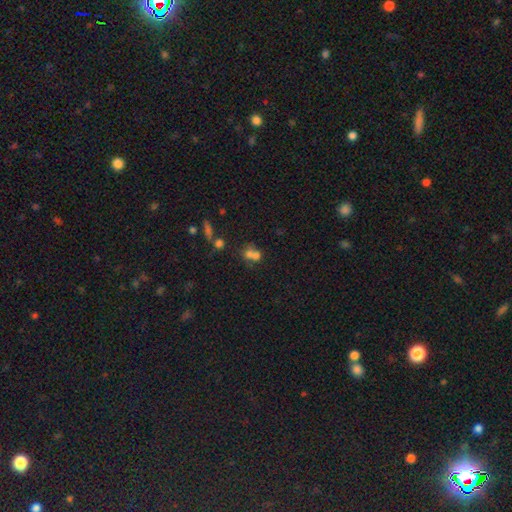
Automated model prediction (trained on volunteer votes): A smooth galaxy with no disk features (63%) that is round (68%). Merging: merger (61%).